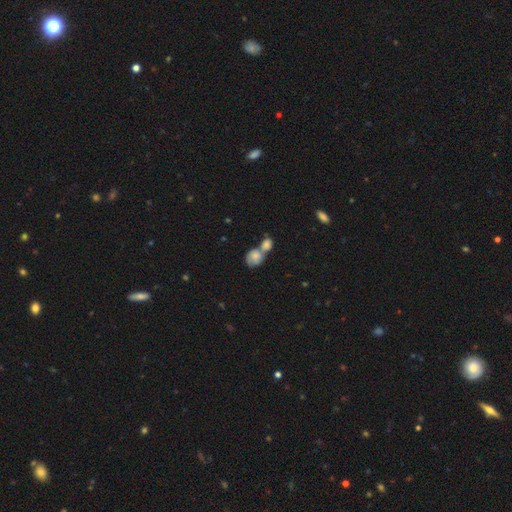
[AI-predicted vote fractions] Q: Smooth or featured?
A: smooth (71%); runner-up: featured or disk (21%)
Q: How rounded?
A: round (57%); runner-up: in between (41%)
Q: Merging?
A: merger (69%); runner-up: none (19%)